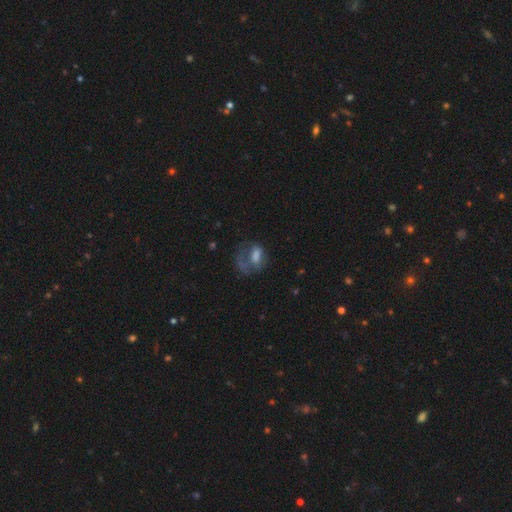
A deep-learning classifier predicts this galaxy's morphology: Smooth or featured: smooth — 47% (featured or disk — 38%)
Merging: major disturbance — 45% (none — 32%)